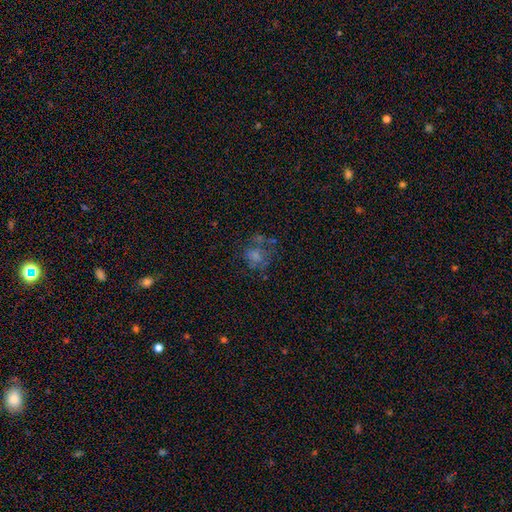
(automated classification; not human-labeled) smooth_or_featured: smooth (p=0.49) [alt: featured or disk p=0.33]
merging: none (p=0.44) [alt: major disturbance p=0.26]